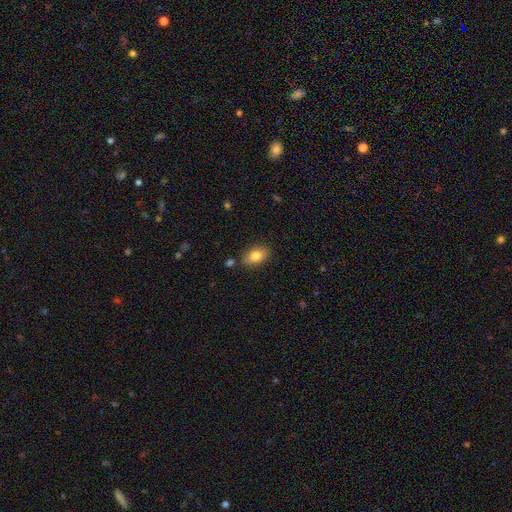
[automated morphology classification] A smooth galaxy with no disk features (81%) that is in between round and cigar-shaped (89%). Merging: none (83%).